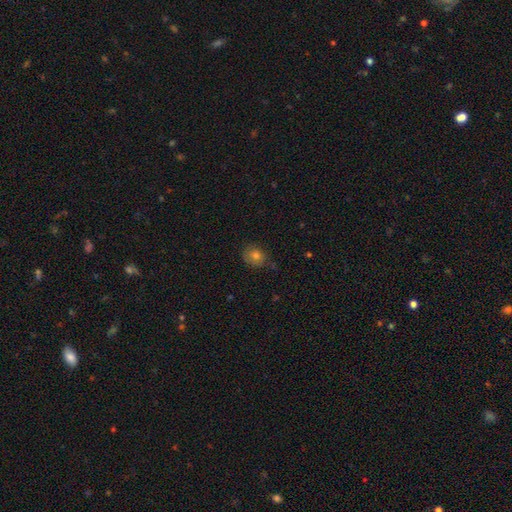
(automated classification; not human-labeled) Smooth or featured?
  - smooth: 72% *
  - featured or disk: 15%
  - star or artifact: 12%
How rounded?
  - round: 67% *
  - in between: 32%
  - cigar-shaped: 1%
Merging?
  - none: 69% *
  - minor disturbance: 23%
  - major disturbance: 5%
  - merger: 2%